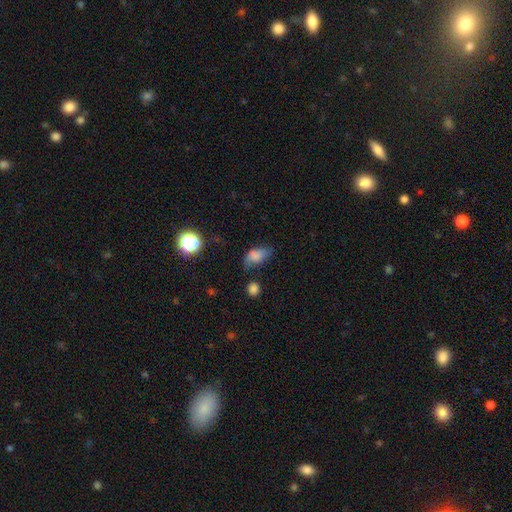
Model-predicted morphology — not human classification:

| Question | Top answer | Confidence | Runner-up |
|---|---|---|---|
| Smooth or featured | smooth | 77% | star or artifact (11%) |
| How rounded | in between | 87% | round (10%) |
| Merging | none | 44% | minor disturbance (36%) |